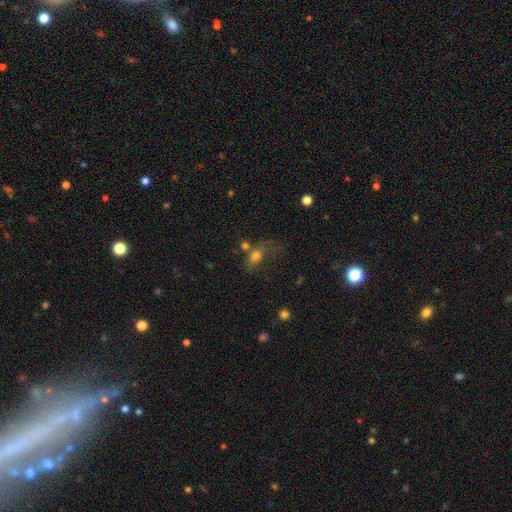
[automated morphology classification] Q: Smooth or featured?
A: smooth (71%); runner-up: featured or disk (17%)
Q: How rounded?
A: in between (75%); runner-up: round (20%)
Q: Merging?
A: major disturbance (31%); runner-up: none (28%)